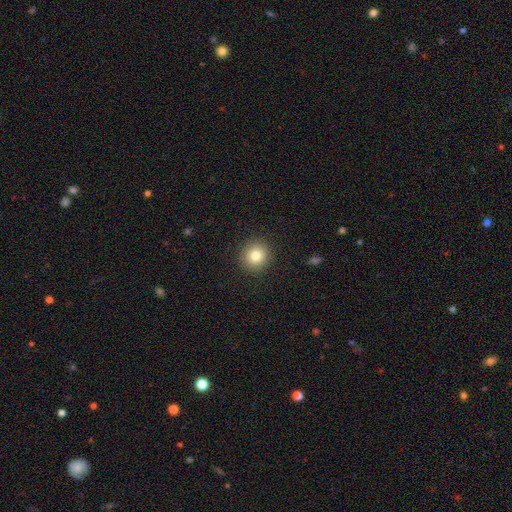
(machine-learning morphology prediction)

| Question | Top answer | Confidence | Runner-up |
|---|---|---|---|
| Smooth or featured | smooth | 82% | star or artifact (11%) |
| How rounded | round | 92% | in between (7%) |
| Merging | none | 91% | minor disturbance (6%) |